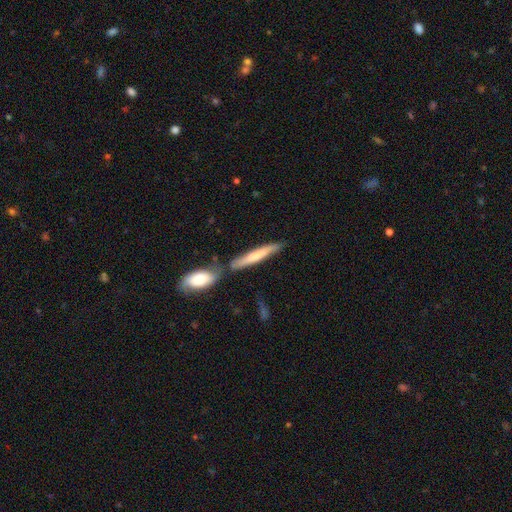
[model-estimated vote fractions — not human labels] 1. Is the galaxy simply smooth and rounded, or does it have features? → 63% smooth, 32% featured or disk, 5% star or artifact.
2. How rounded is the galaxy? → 90% cigar-shaped, 9% in between, 2% round.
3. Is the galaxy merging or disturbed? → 64% none, 19% merger, 13% minor disturbance, 4% major disturbance.